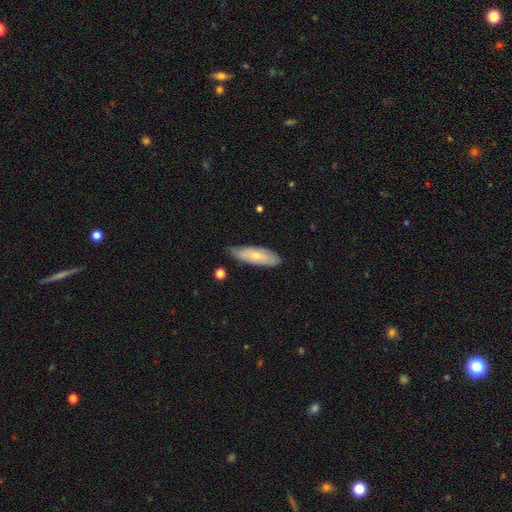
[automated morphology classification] smooth-or-featured: smooth: 63% | featured or disk: 31% | star or artifact: 6%
  how-rounded: in between: 58% | cigar-shaped: 40% | round: 2%
  merging: none: 70% | minor disturbance: 24% | major disturbance: 4% | merger: 2%